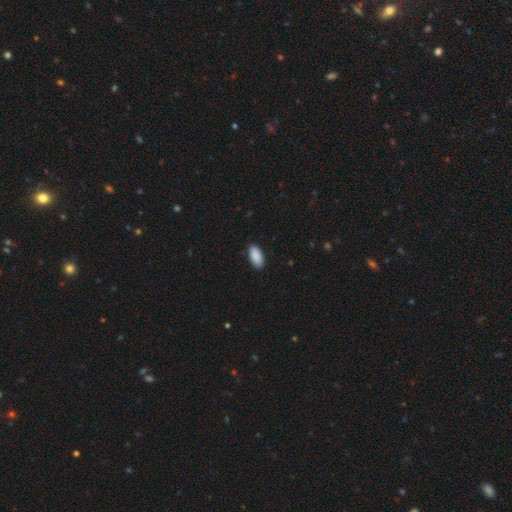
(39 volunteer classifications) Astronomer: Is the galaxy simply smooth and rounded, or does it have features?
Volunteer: smooth — 90%.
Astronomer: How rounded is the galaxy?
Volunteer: in between — 86%.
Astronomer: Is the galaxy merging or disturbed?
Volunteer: none — 86%.